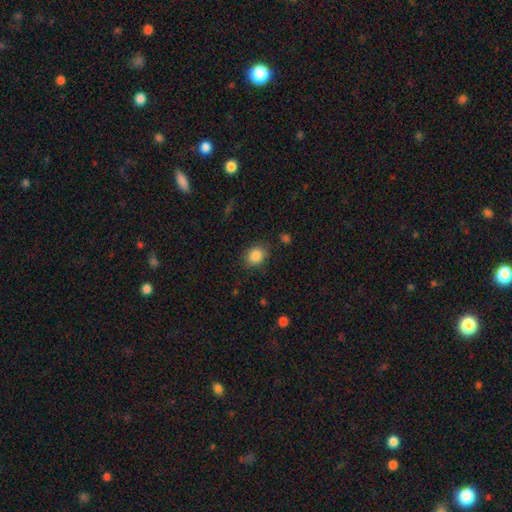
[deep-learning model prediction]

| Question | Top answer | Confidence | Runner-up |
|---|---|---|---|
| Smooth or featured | smooth | 86% | star or artifact (9%) |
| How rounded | round | 55% | in between (44%) |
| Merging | none | 82% | minor disturbance (13%) |